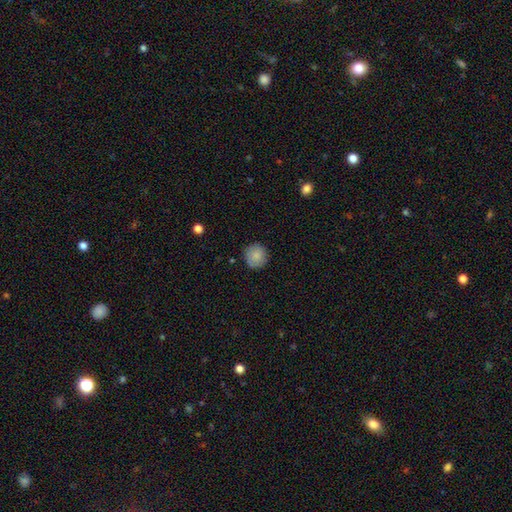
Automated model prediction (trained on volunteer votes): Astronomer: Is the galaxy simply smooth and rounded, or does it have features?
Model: smooth — 84%.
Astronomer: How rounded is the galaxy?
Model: round — 90%.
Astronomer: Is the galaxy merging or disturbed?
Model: none — 85%.